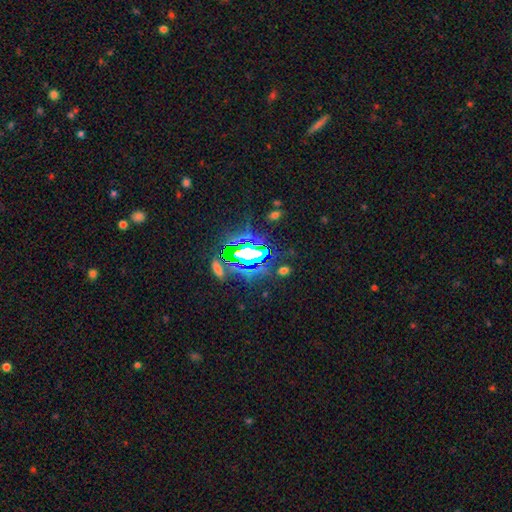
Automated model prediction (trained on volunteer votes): Smooth or featured? star or artifact (71%)